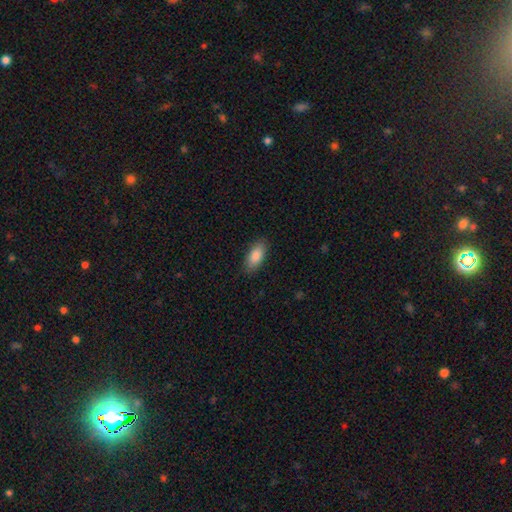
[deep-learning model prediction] This appears to be a smooth galaxy with no disk features (87%) that is in between round and cigar-shaped (88%). Merging: none (86%).